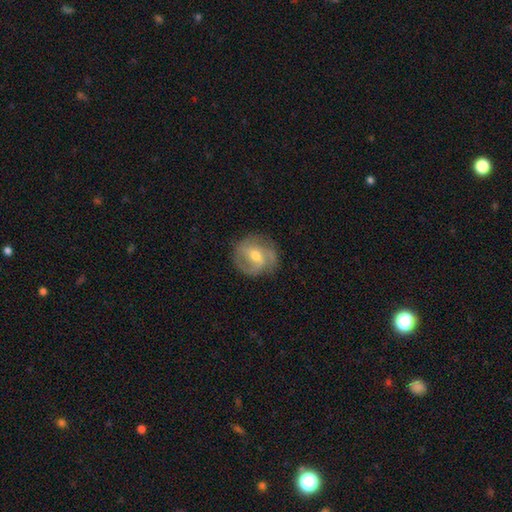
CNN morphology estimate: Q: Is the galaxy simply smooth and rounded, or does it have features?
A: featured or disk — 77%.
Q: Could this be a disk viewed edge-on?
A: no — 97%.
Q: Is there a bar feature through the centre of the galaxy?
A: weak — 46%.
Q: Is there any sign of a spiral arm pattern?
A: yes — 93%.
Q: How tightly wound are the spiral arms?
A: medium — 45%.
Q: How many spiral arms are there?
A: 2 — 43%.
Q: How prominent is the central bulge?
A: moderate — 66%.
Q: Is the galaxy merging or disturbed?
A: none — 76%.